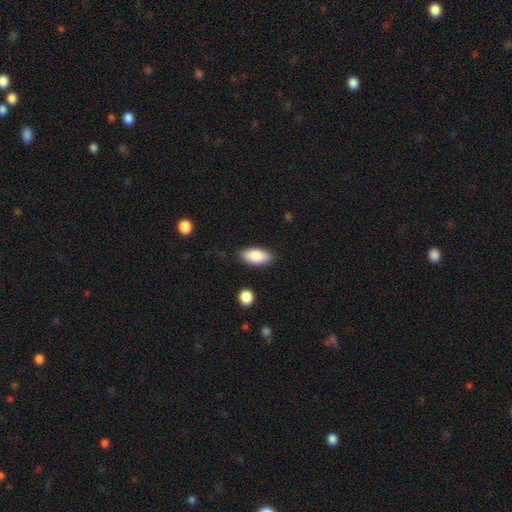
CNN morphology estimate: smooth_or_featured: smooth (p=0.85) [alt: featured or disk p=0.09]
how_rounded: in between (p=0.91) [alt: cigar-shaped p=0.06]
merging: none (p=0.85) [alt: minor disturbance p=0.11]